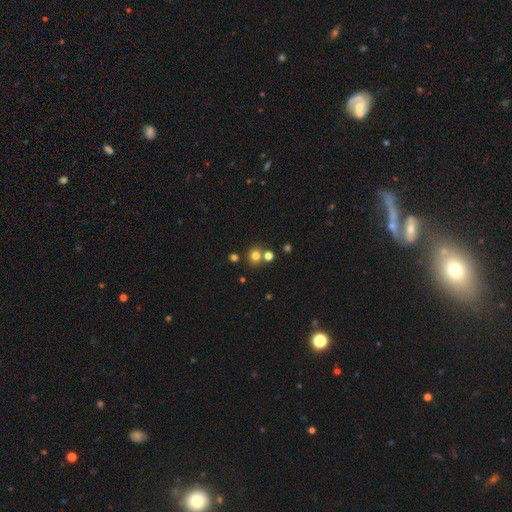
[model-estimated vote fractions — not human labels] Smooth or featured?
  - smooth: 74% *
  - star or artifact: 18%
  - featured or disk: 8%
How rounded?
  - round: 86% *
  - in between: 13%
  - cigar-shaped: 1%
Merging?
  - none: 69% *
  - merger: 20%
  - minor disturbance: 8%
  - major disturbance: 3%